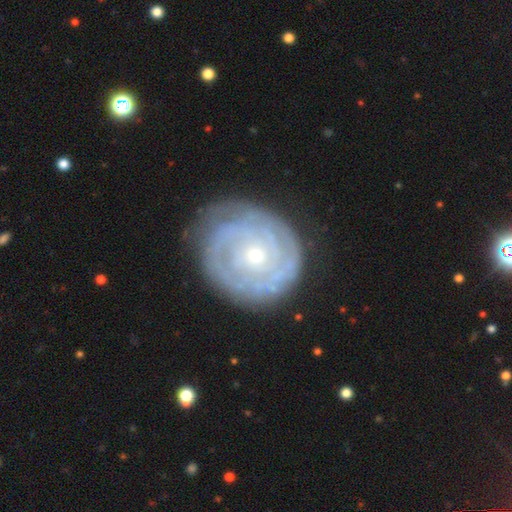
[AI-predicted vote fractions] Q: Smooth or featured?
A: featured or disk (81%); runner-up: smooth (13%)
Q: Edge-on disk?
A: no (97%); runner-up: yes (3%)
Q: Bar?
A: no (80%); runner-up: weak (16%)
Q: Spiral arms?
A: yes (91%); runner-up: no (9%)
Q: Spiral winding?
A: tight (84%); runner-up: medium (13%)
Q: Spiral arm count?
A: can't tell (42%); runner-up: 2 (21%)
Q: Bulge size?
A: small (58%); runner-up: moderate (39%)
Q: Merging?
A: none (75%); runner-up: minor disturbance (18%)